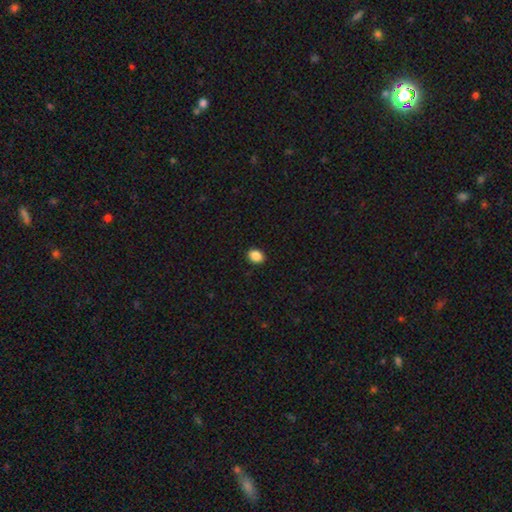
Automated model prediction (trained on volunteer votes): This is clearly a smooth galaxy (88%). How rounded: possibly in between (59%). Merging: clearly none (91%).